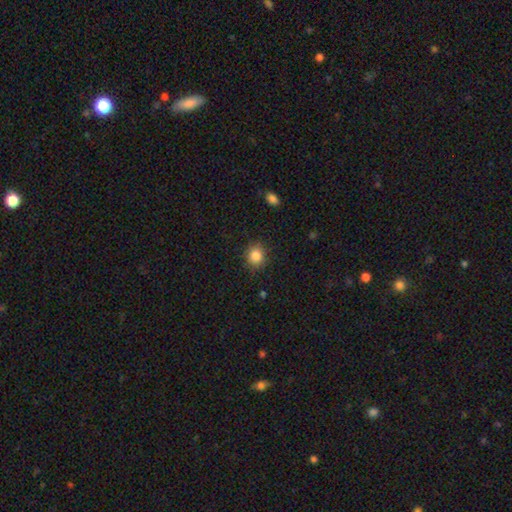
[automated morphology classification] The model was most divided on "how rounded": round: 80%, in between: 19%, cigar-shaped: 1%. More confident: merging — none (87%); smooth or featured — smooth (86%).